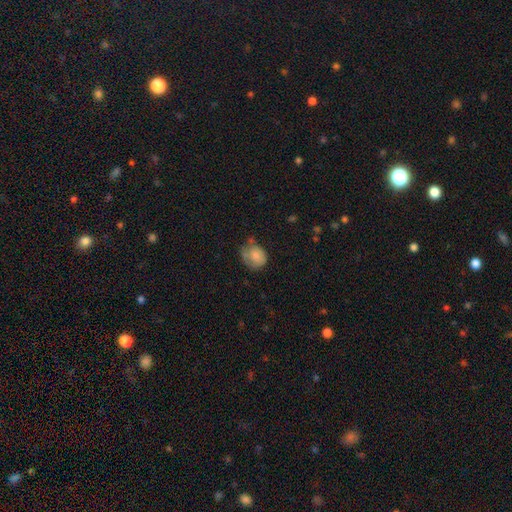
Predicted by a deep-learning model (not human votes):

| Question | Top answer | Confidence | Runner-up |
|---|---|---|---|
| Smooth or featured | smooth | 73% | featured or disk (18%) |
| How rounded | round | 65% | in between (34%) |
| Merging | none | 44% | minor disturbance (35%) |